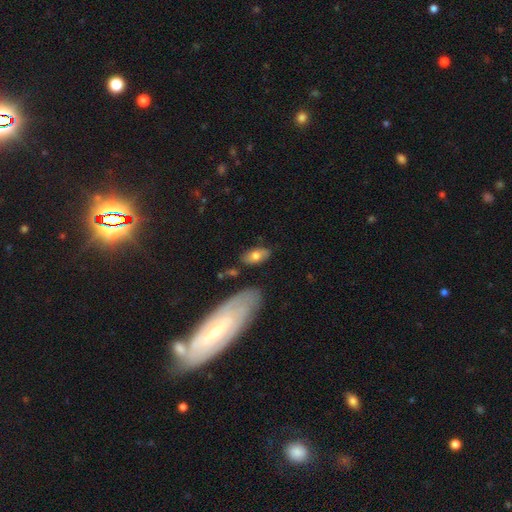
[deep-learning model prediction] The model was most divided on "smooth or featured": smooth: 69%, featured or disk: 24%, star or artifact: 7%. More confident: how rounded — in between (90%); merging — none (79%).